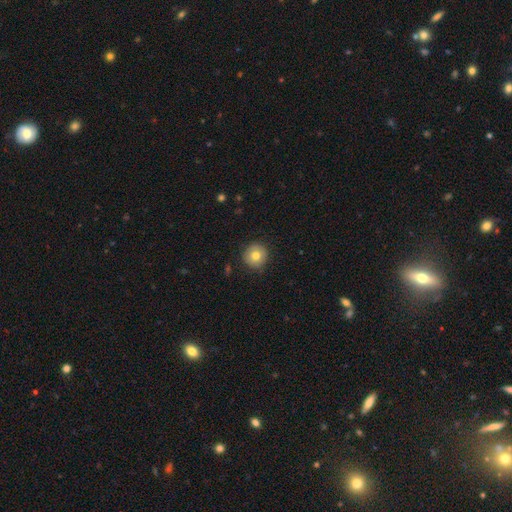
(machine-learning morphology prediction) Smooth or featured? Predicted: smooth (p=0.76). How rounded? Predicted: round (p=0.95). Merging? Predicted: none (p=0.87).